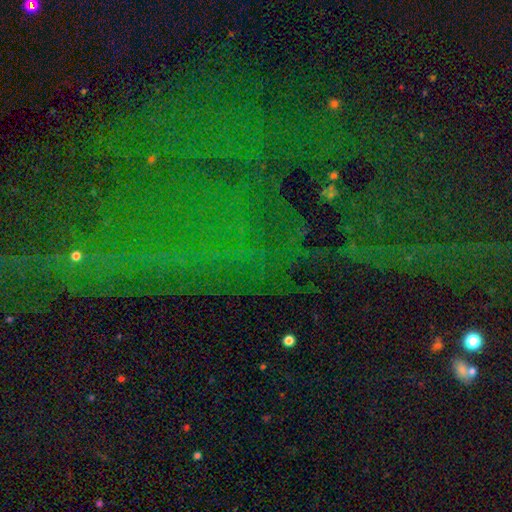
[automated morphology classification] Smooth or featured: star or artifact — 81% (smooth — 10%)